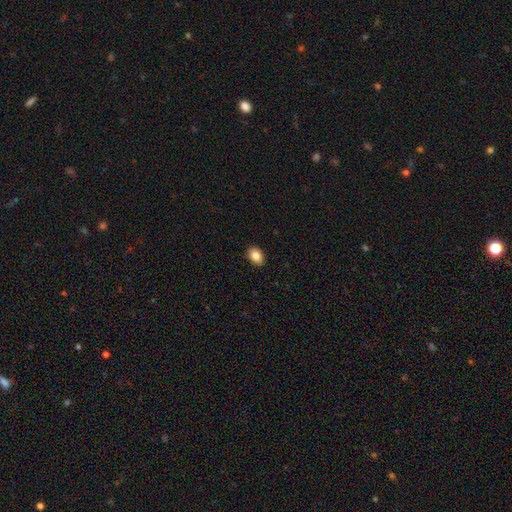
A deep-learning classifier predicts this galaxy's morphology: smooth 85%, star or artifact 9%, featured or disk 7%. Down the decision tree: how rounded — in between (76%); merging — none (90%).